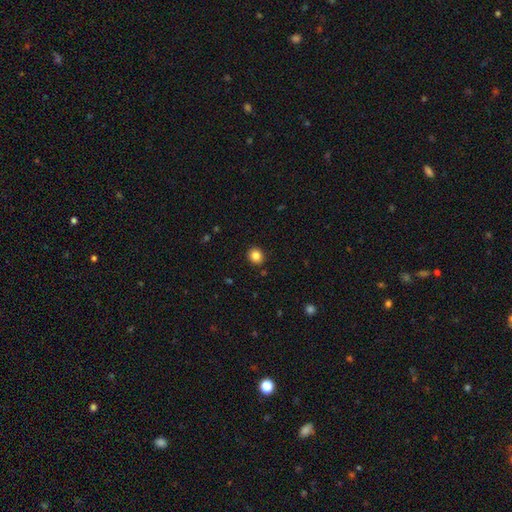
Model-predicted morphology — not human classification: The model was most divided on "how rounded": round: 80%, in between: 19%, cigar-shaped: 1%. More confident: merging — none (91%); smooth or featured — smooth (84%).